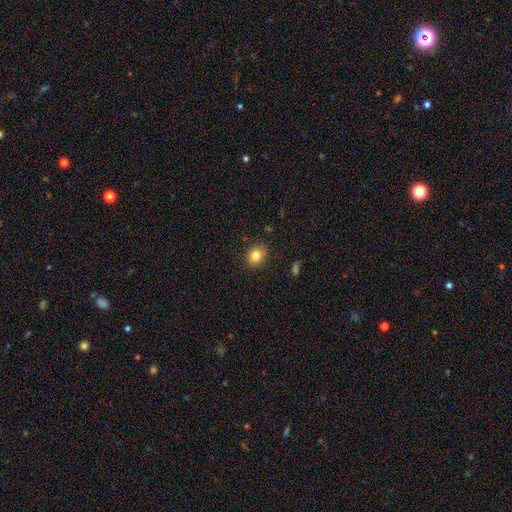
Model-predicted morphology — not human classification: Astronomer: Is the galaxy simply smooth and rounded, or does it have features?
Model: smooth — 83%.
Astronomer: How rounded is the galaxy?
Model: round — 63%.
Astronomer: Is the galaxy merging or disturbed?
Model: none — 86%.